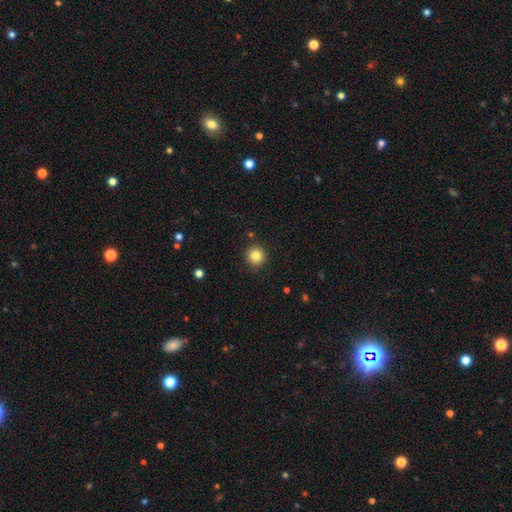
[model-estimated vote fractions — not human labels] A smooth galaxy with no disk features (82%) that is round (95%).

Vote fractions:
- Smooth or featured? smooth: 82% / star or artifact: 11% / featured or disk: 6%
- How rounded? round: 95% / in between: 4% / cigar-shaped: 1%
- Merging? none: 91% / minor disturbance: 6% / major disturbance: 2% / merger: 1%